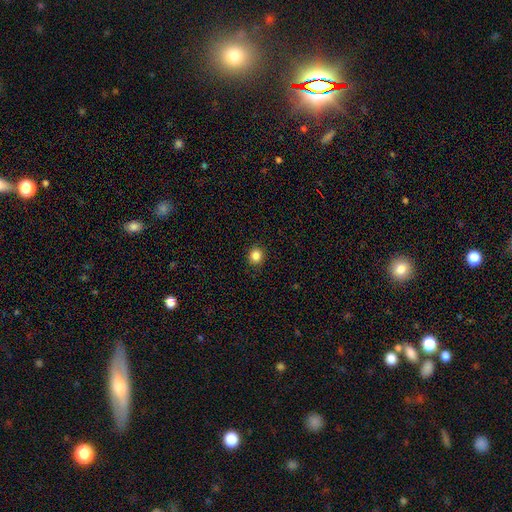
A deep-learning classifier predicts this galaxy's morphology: A smooth galaxy with no disk features (85%) that is round (88%). Merging: none (91%).